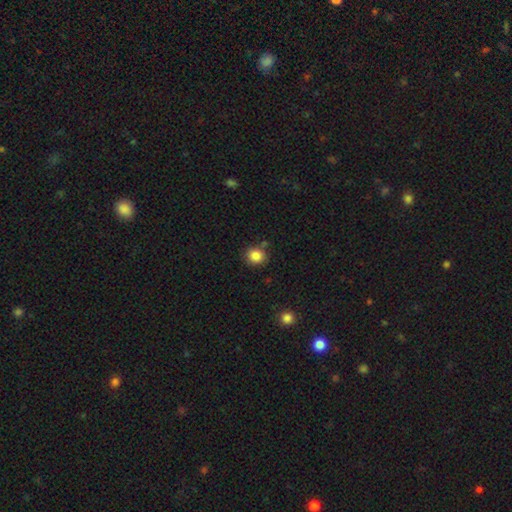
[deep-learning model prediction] smooth 85%, star or artifact 10%, featured or disk 5%. Down the decision tree: how rounded — round (81%); merging — none (79%).